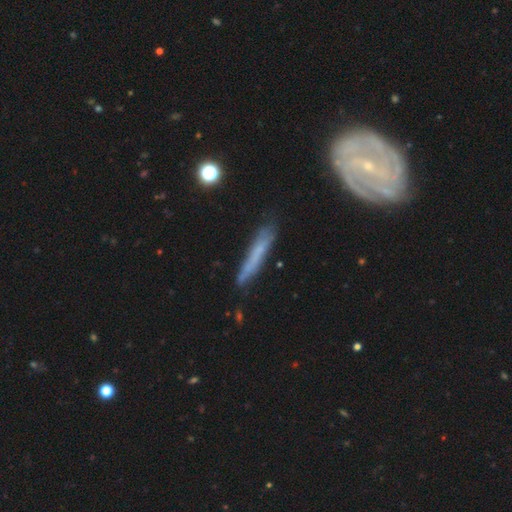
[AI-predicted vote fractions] The model was most divided on "smooth or featured": smooth: 48%, featured or disk: 43%, star or artifact: 9%. More confident: merging — none (75%).